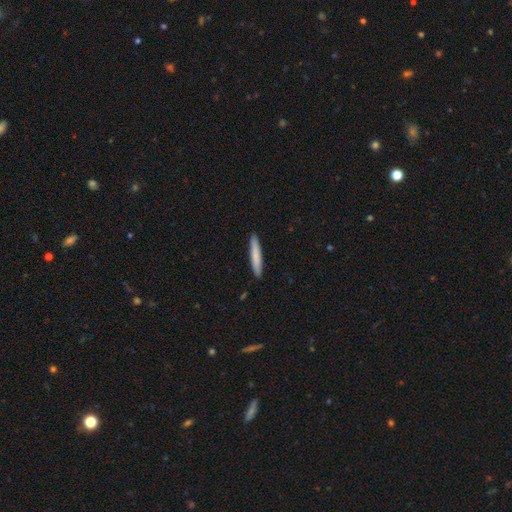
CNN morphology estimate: A smooth galaxy with no disk features (79%) that is cigar-shaped (94%).

Vote fractions:
- Smooth or featured? smooth: 79% / featured or disk: 16% / star or artifact: 5%
- How rounded? cigar-shaped: 94% / in between: 5% / round: 1%
- Merging? none: 91% / minor disturbance: 6% / major disturbance: 1% / merger: 1%